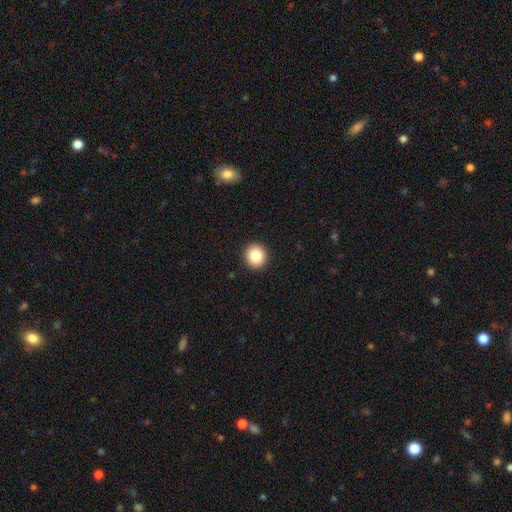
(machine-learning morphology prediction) Smooth or featured: smooth — 85% (star or artifact — 9%)
How rounded: round — 89% (in between — 11%)
Merging: none — 93% (minor disturbance — 5%)